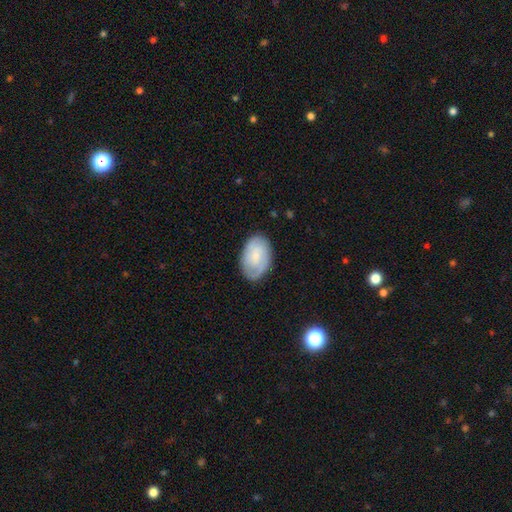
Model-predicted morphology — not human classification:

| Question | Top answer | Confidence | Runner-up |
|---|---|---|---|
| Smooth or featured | smooth | 50% | featured or disk (43%) |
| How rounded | in between | 88% | round (10%) |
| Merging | none | 78% | minor disturbance (16%) |